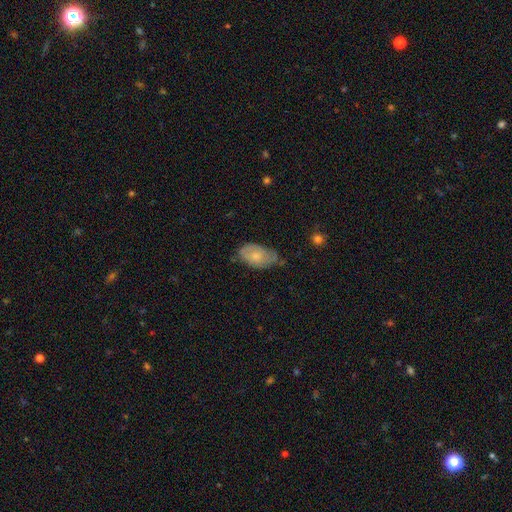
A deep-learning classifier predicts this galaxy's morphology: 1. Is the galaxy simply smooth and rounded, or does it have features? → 64% smooth, 29% featured or disk, 7% star or artifact.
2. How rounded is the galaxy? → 92% in between, 6% round, 2% cigar-shaped.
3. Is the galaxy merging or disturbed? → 43% none, 42% minor disturbance, 11% major disturbance, 3% merger.